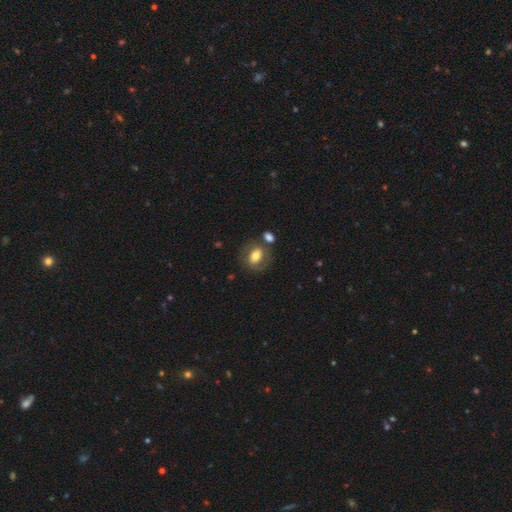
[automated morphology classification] This is likely a smooth galaxy (63%). How rounded: likely in between (66%). Merging: likely none (64%).